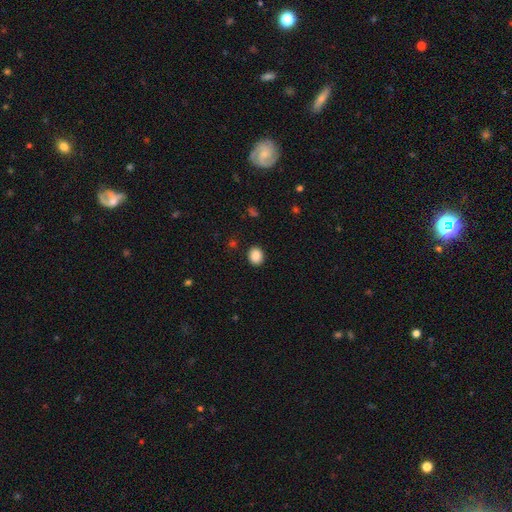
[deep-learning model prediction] This appears to be a smooth galaxy with no disk features (89%) that is round (56%). Merging: none (89%).